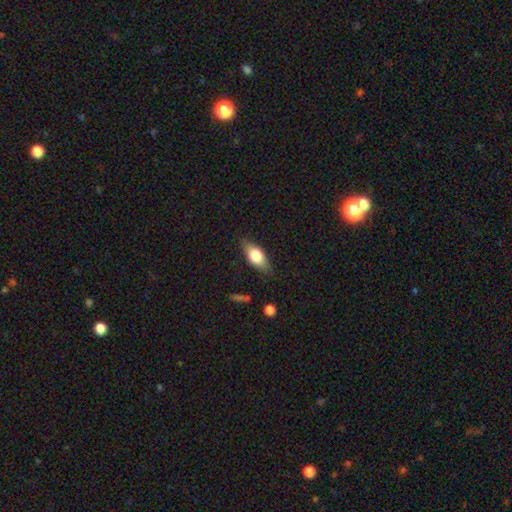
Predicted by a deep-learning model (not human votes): smooth_or_featured: smooth (p=0.69) [alt: featured or disk p=0.24]
how_rounded: in between (p=0.81) [alt: cigar-shaped p=0.14]
merging: none (p=0.81) [alt: minor disturbance p=0.14]